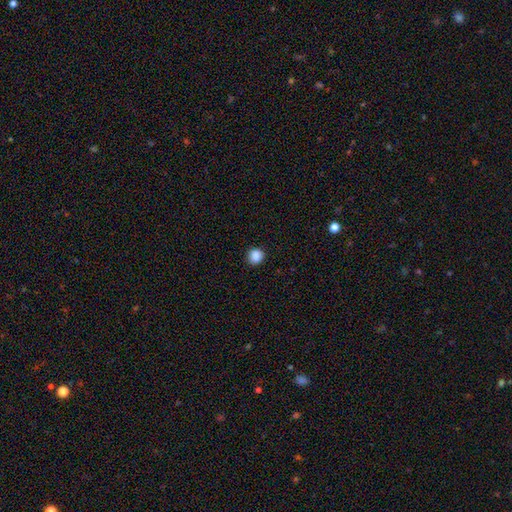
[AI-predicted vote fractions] A smooth galaxy with no disk features (87%) that is round (89%). Merging: none (90%).